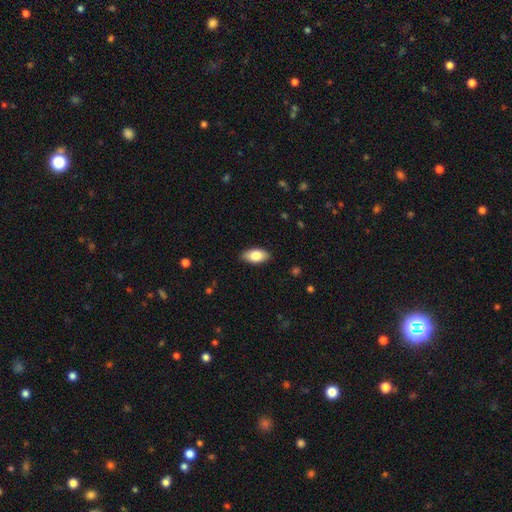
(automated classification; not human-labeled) Q: Smooth or featured?
A: smooth (83%); runner-up: featured or disk (10%)
Q: How rounded?
A: in between (93%); runner-up: cigar-shaped (4%)
Q: Merging?
A: none (87%); runner-up: minor disturbance (10%)